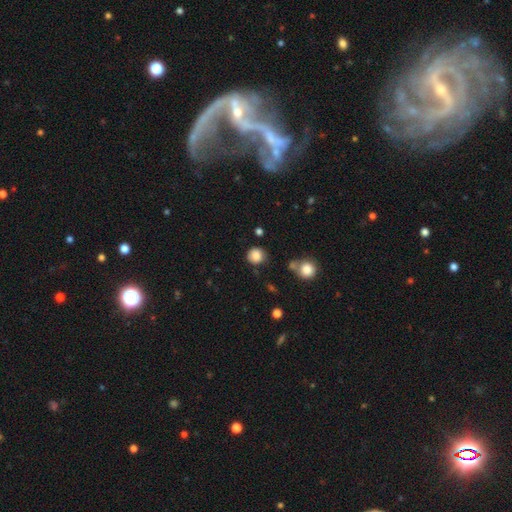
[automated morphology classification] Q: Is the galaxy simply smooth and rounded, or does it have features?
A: smooth — 84%.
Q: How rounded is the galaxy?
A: round — 87%.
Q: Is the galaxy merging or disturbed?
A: none — 78%.